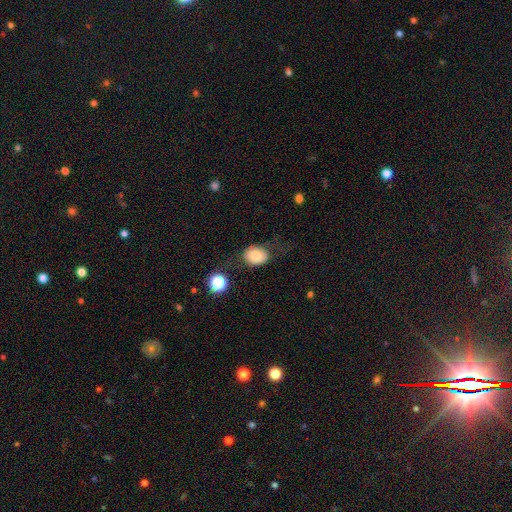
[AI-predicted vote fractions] A smooth galaxy with no disk features (73%) that is round (51%). Merging: none (65%).